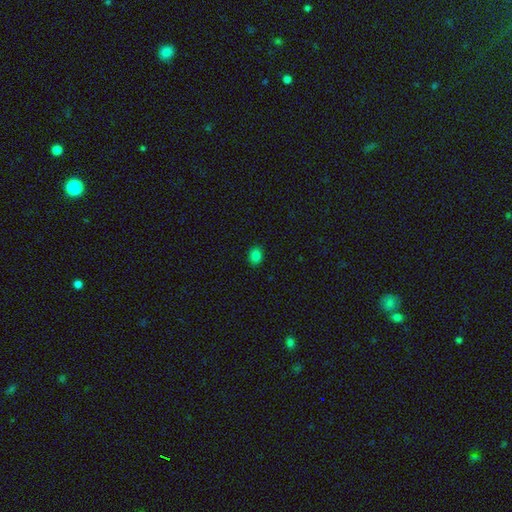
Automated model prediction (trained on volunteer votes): Smooth or featured: smooth — 83% (star or artifact — 14%)
How rounded: in between — 52% (round — 47%)
Merging: none — 89% (minor disturbance — 8%)